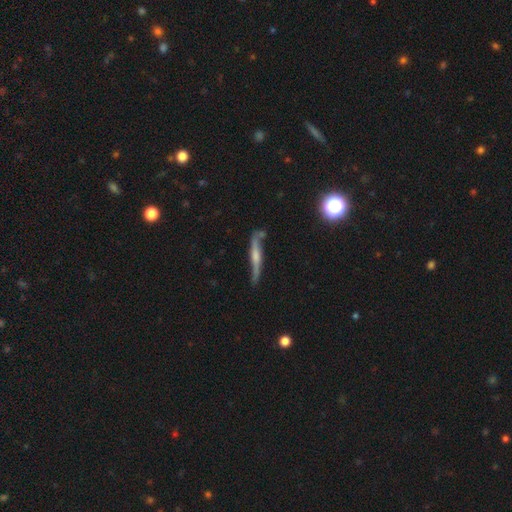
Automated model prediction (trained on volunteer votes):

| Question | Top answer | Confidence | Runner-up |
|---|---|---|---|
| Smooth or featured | featured or disk | 71% | smooth (18%) |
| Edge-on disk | yes | 77% | no (23%) |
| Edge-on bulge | rounded | 77% | none (15%) |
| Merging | none | 74% | minor disturbance (17%) |